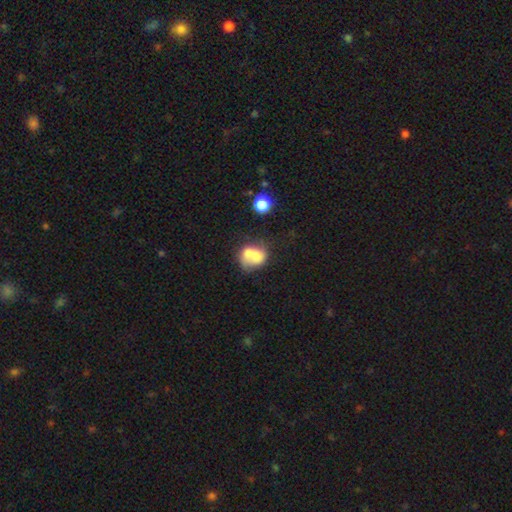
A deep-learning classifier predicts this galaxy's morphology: type=smooth (62%); roundness=round (53%); merging=merger (61%).